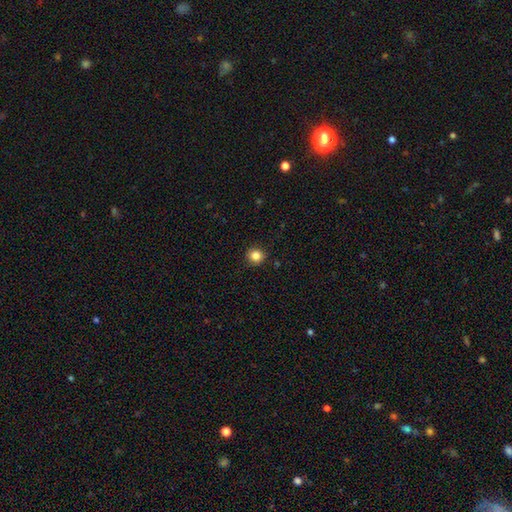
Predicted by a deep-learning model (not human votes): The model was most divided on "smooth or featured": smooth: 84%, star or artifact: 12%, featured or disk: 5%. More confident: how rounded — round (93%); merging — none (92%).